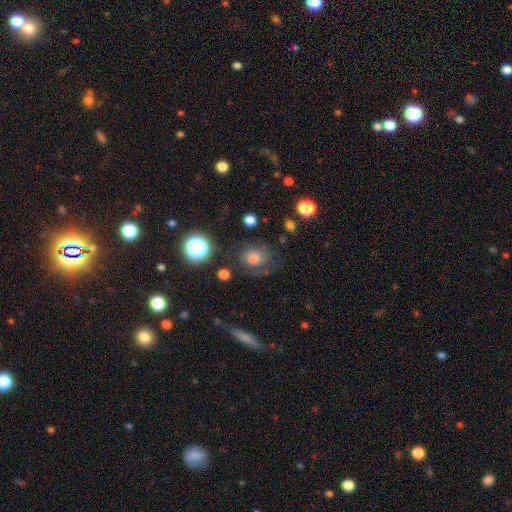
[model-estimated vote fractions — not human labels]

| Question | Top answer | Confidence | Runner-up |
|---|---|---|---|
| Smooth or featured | smooth | 42% | featured or disk (37%) |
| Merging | none | 65% | minor disturbance (19%) |